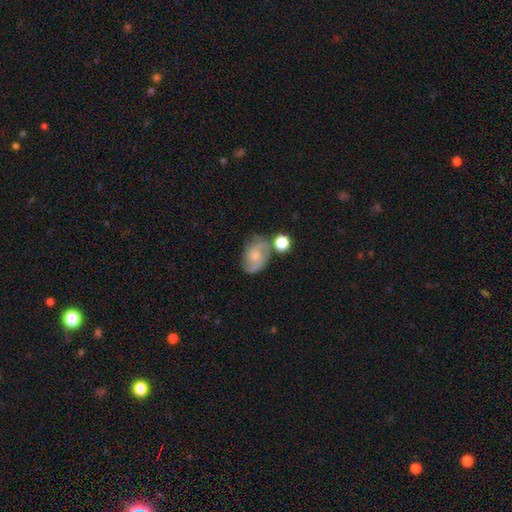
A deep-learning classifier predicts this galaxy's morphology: A featured or disk galaxy (61%) with no bar (67%), 2 (71%) medium (48%) spiral arms (88%) and a small central bulge (44%). Merging: none (57%).